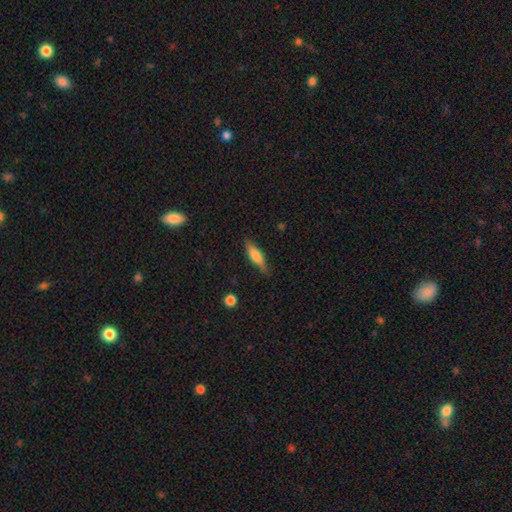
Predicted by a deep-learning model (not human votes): Smooth or featured?
  - smooth: 69% *
  - featured or disk: 25%
  - star or artifact: 6%
How rounded?
  - cigar-shaped: 59% *
  - in between: 38%
  - round: 2%
Merging?
  - none: 77% *
  - minor disturbance: 18%
  - major disturbance: 4%
  - merger: 2%